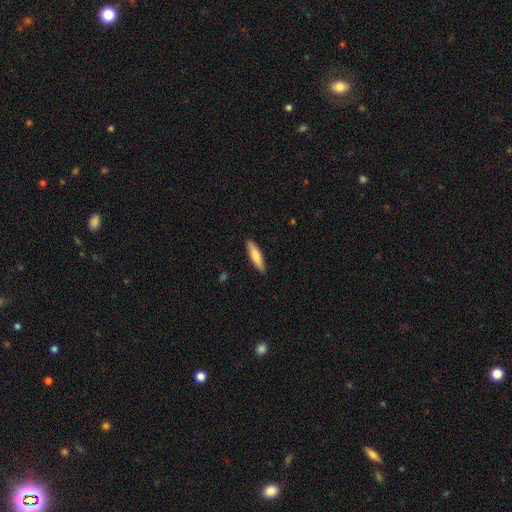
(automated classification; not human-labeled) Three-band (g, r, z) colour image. It shows a smooth galaxy with no disk features (77%) that is cigar-shaped (71%). Merging: none (90%).